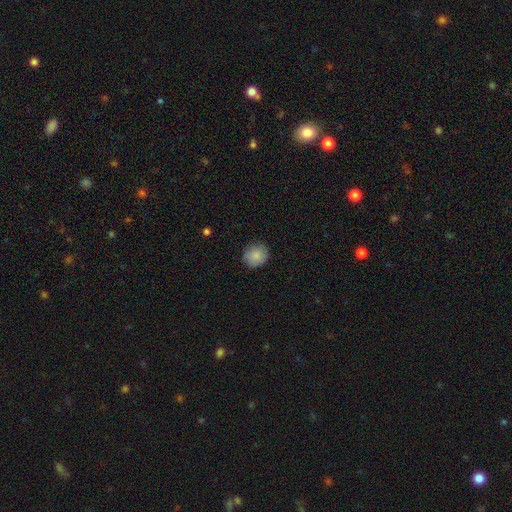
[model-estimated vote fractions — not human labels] A smooth galaxy with no disk features (86%) that is round (76%).

Vote fractions:
- Smooth or featured? smooth: 86% / star or artifact: 7% / featured or disk: 7%
- How rounded? round: 76% / in between: 23% / cigar-shaped: 1%
- Merging? none: 84% / minor disturbance: 12% / major disturbance: 2% / merger: 1%